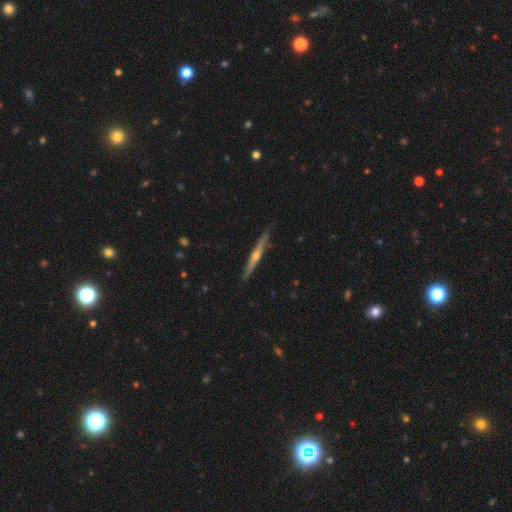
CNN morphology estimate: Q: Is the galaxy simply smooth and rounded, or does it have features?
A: featured or disk — 72%.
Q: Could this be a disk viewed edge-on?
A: yes — 98%.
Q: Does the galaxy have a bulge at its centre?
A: rounded — 80%.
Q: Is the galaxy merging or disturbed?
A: none — 90%.